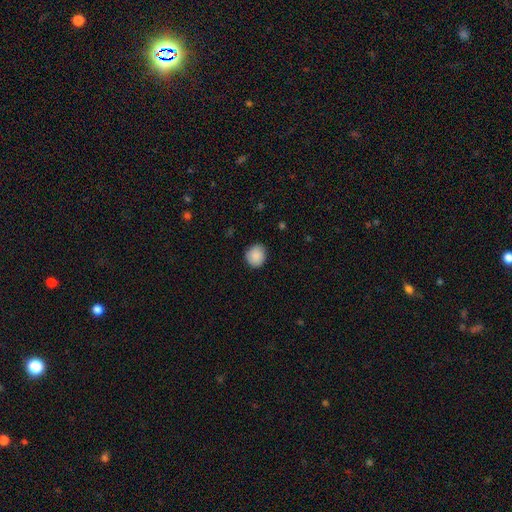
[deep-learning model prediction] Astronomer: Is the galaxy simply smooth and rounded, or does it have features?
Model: smooth — 89%.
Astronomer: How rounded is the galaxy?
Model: round — 82%.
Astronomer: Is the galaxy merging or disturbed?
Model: none — 86%.